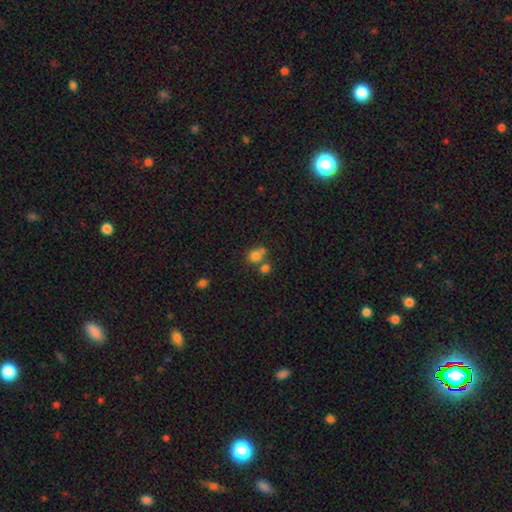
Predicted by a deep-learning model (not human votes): Smooth or featured?
  - smooth: 76% *
  - star or artifact: 14%
  - featured or disk: 9%
How rounded?
  - round: 77% *
  - in between: 22%
  - cigar-shaped: 1%
Merging?
  - none: 46% *
  - merger: 40%
  - minor disturbance: 9%
  - major disturbance: 5%